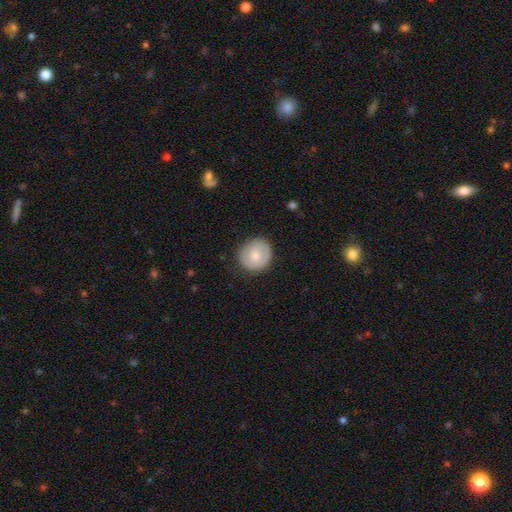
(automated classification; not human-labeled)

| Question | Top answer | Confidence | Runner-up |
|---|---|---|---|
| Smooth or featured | smooth | 70% | featured or disk (24%) |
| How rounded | round | 87% | in between (12%) |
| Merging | none | 84% | minor disturbance (12%) |